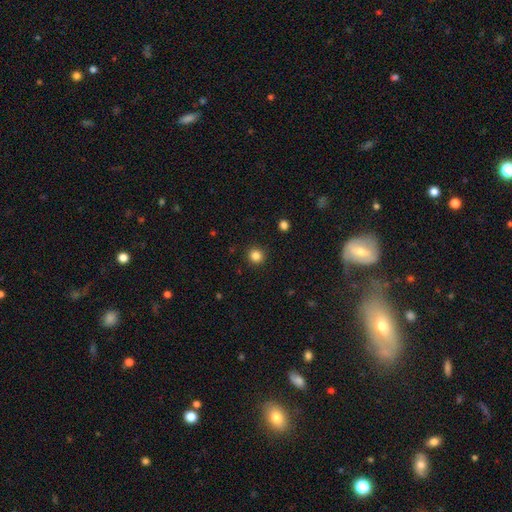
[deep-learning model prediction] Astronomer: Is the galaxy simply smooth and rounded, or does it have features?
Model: smooth — 84%.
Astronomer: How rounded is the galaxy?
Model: round — 93%.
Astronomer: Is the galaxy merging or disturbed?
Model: none — 92%.